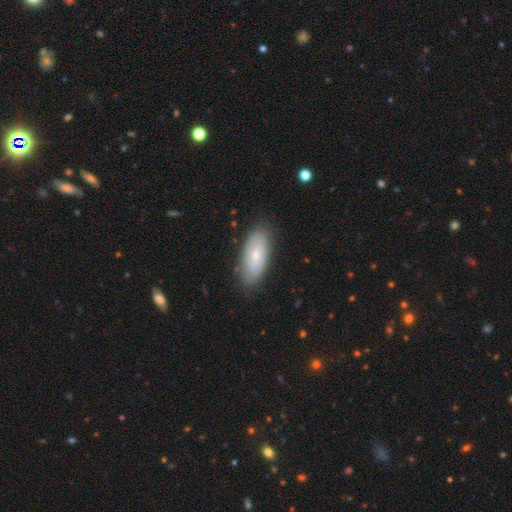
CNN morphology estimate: smooth 64%, featured or disk 30%, star or artifact 6%. Down the decision tree: how rounded — in between (85%); merging — none (83%).